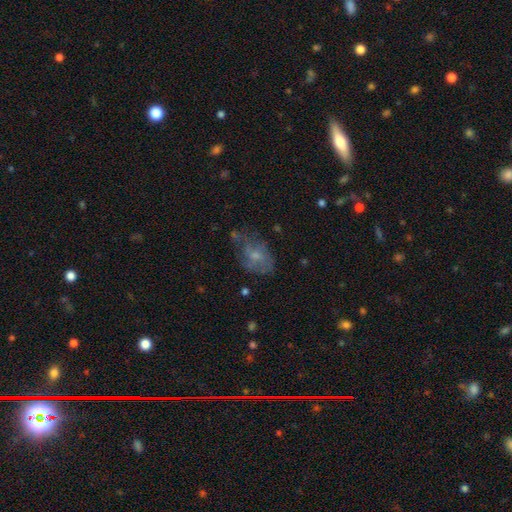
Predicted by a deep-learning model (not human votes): This is possibly a smooth galaxy (47%). Merging: marginally none (40%).